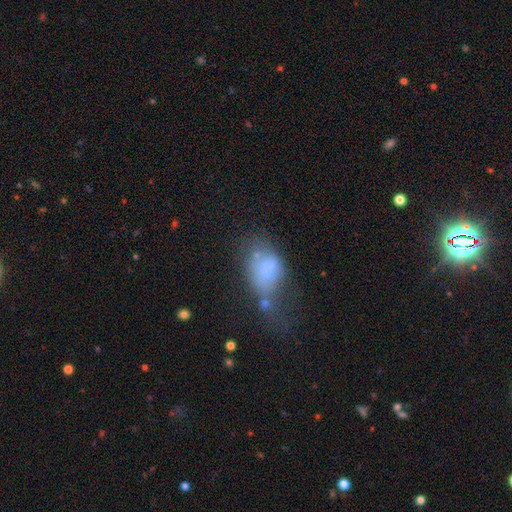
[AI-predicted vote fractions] Smooth or featured? smooth (63%)
How rounded? in between (84%)
Merging? major disturbance (37%)